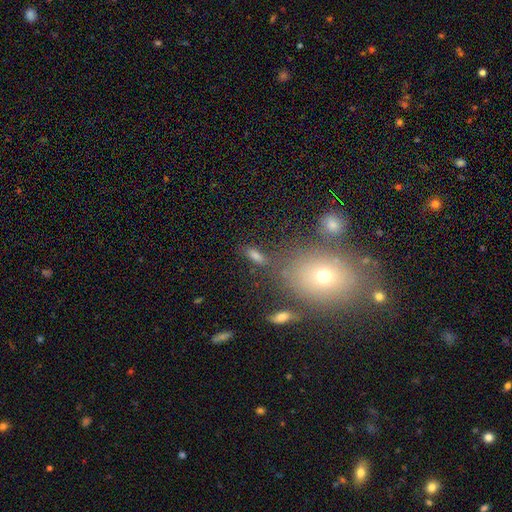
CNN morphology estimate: smooth_or_featured: smooth (p=0.58) [alt: star or artifact p=0.23]
how_rounded: in between (p=0.66) [alt: round p=0.21]
merging: none (p=0.67) [alt: minor disturbance p=0.14]